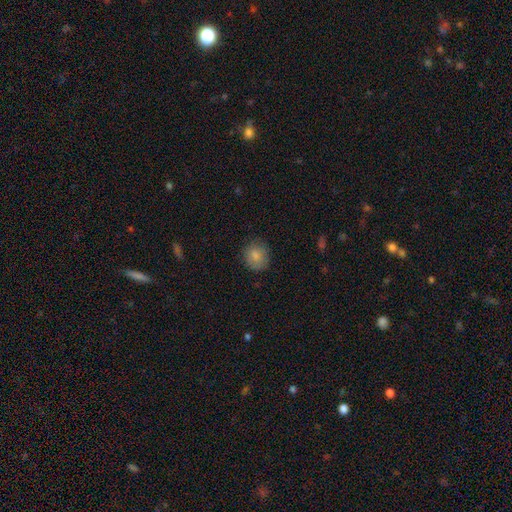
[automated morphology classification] Smooth or featured? smooth (84%)
How rounded? round (85%)
Merging? none (83%)